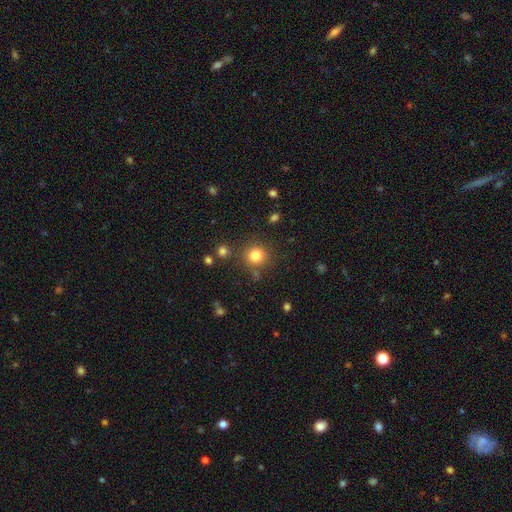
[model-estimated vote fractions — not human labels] Smooth or featured? Predicted: smooth (p=0.80). How rounded? Predicted: round (p=0.93). Merging? Predicted: none (p=0.84).